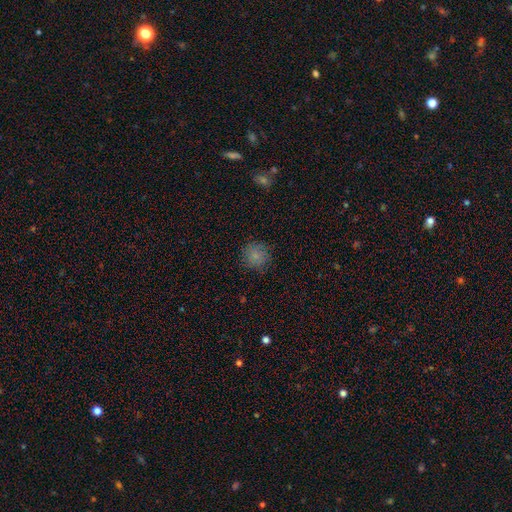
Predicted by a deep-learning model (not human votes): Smooth or featured? Predicted: smooth (p=0.80). How rounded? Predicted: round (p=0.91). Merging? Predicted: none (p=0.84).